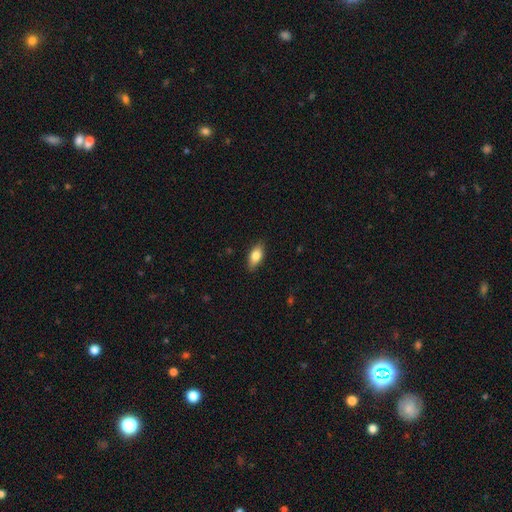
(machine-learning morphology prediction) type=smooth (78%); roundness=in between (85%); merging=none (87%).